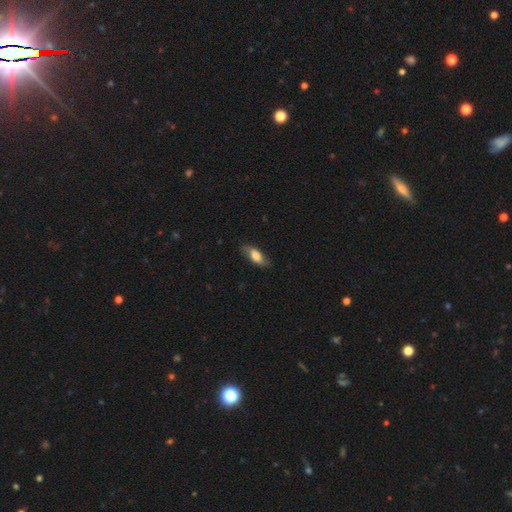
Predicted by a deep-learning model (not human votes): Morphology: type=smooth (67%); roundness=in between (80%); merging=none (75%).